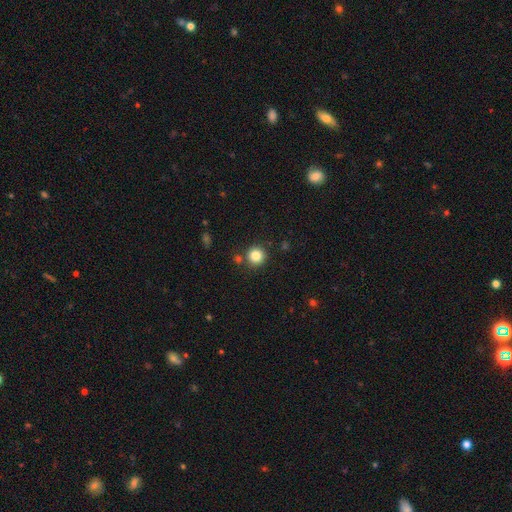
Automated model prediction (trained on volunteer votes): Q: Smooth or featured?
A: smooth (84%); runner-up: star or artifact (11%)
Q: How rounded?
A: round (94%); runner-up: in between (5%)
Q: Merging?
A: none (84%); runner-up: minor disturbance (7%)